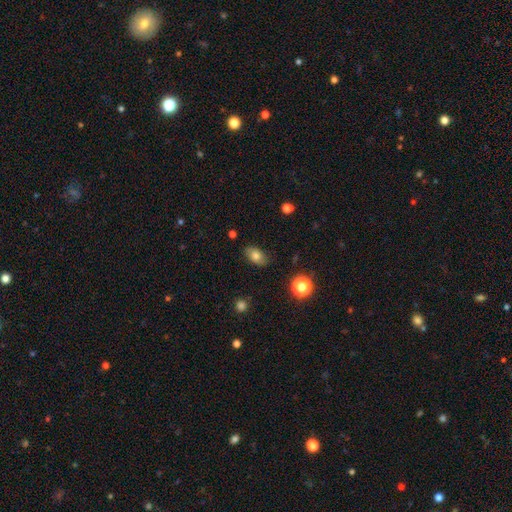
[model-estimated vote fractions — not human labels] smooth 77%, featured or disk 12%, star or artifact 10%. Down the decision tree: how rounded — in between (87%); merging — none (83%).